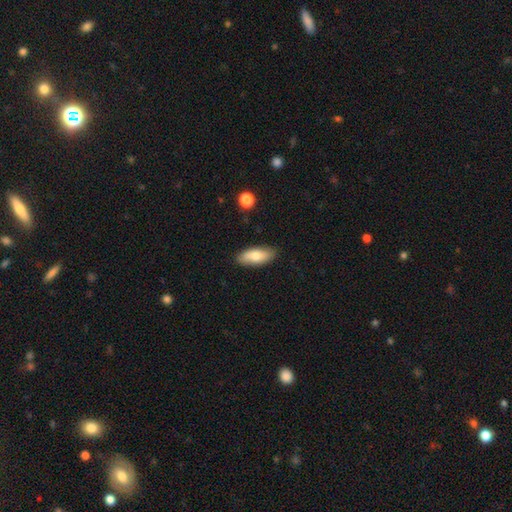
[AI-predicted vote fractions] smooth 73%, featured or disk 21%, star or artifact 6%. Down the decision tree: how rounded — in between (78%); merging — none (86%).